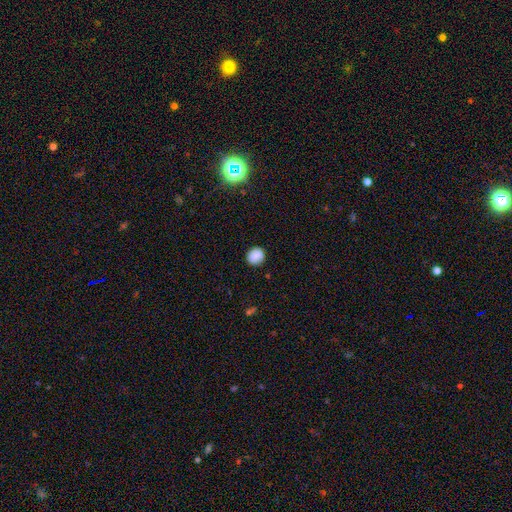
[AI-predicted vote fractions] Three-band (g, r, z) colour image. It shows a smooth galaxy with no disk features (86%) that is round (81%). Merging: none (86%).